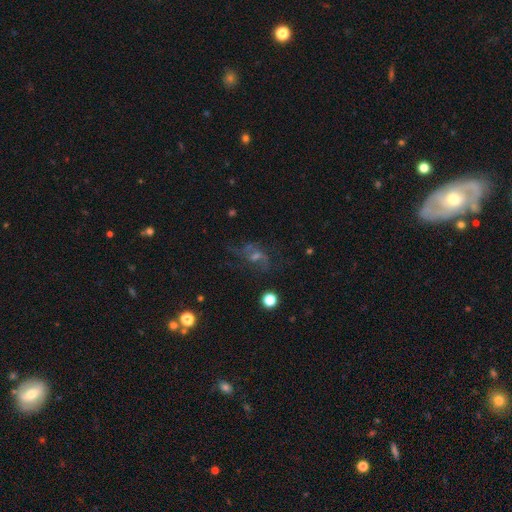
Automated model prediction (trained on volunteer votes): Smooth or featured? Predicted: featured or disk (p=0.55). Edge-on disk? Predicted: no (p=0.95). Bar? Predicted: no (p=0.57). Spiral arms? Predicted: yes (p=0.78). Bulge size? Predicted: small (p=0.45). Merging? Predicted: none (p=0.56).